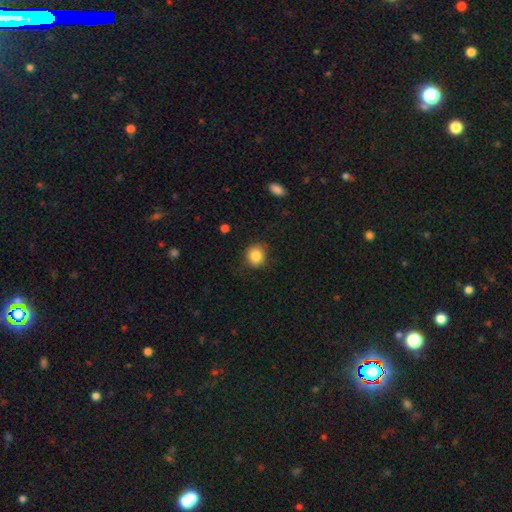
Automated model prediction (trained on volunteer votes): Q: Smooth or featured?
A: smooth (85%); runner-up: star or artifact (9%)
Q: How rounded?
A: round (80%); runner-up: in between (19%)
Q: Merging?
A: none (85%); runner-up: minor disturbance (11%)